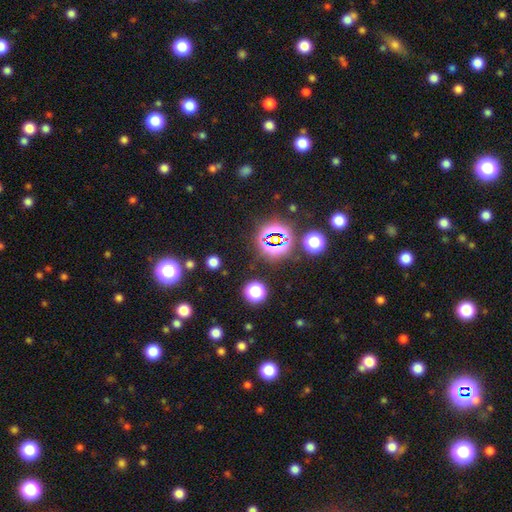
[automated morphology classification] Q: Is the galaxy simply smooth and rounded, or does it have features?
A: star or artifact — 78%.